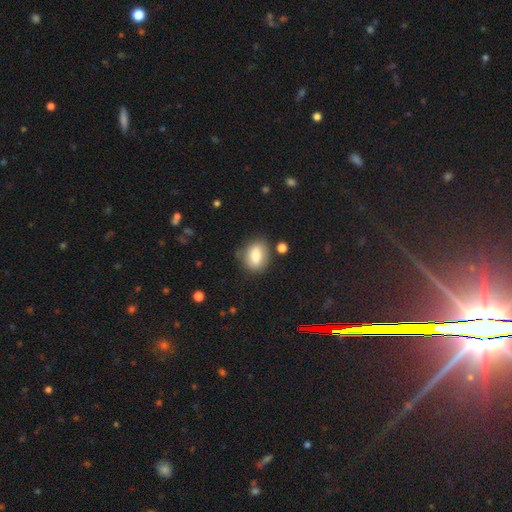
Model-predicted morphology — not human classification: smooth-or-featured: smooth: 81% | featured or disk: 11% | star or artifact: 8%
  how-rounded: in between: 69% | round: 29% | cigar-shaped: 2%
  merging: none: 75% | minor disturbance: 16% | major disturbance: 5% | merger: 4%